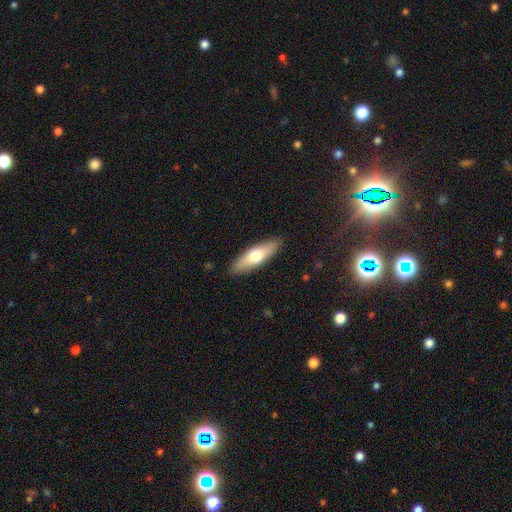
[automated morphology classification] Overall: smooth (63%; featured or disk 31%). How rounded: cigar-shaped (54%; in between 44%). Merging: none (89%).